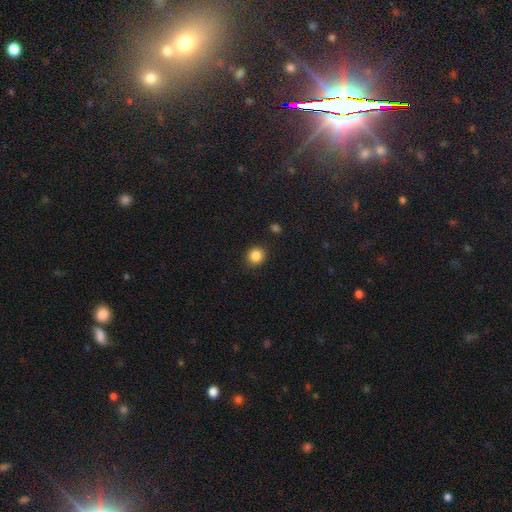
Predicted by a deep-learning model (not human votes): Smooth or featured? smooth (86%)
How rounded? round (86%)
Merging? none (88%)